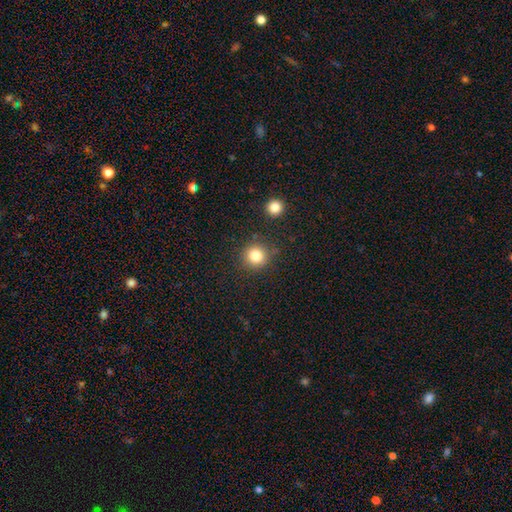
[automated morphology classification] This appears to be a smooth galaxy with no disk features (81%) that is round (92%). Merging: none (85%).